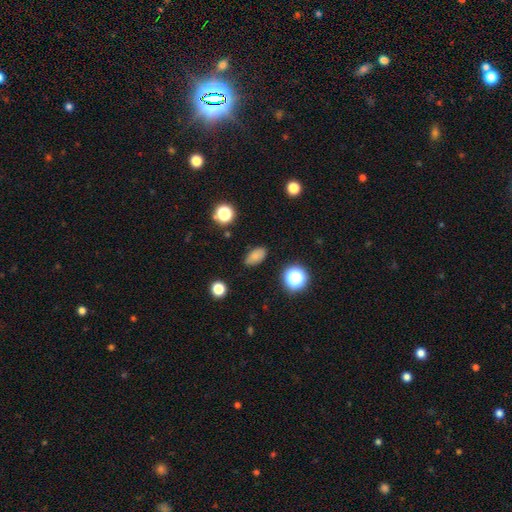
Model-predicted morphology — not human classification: This appears to be a smooth galaxy with no disk features (79%) that is in between round and cigar-shaped (87%). Merging: none (83%).